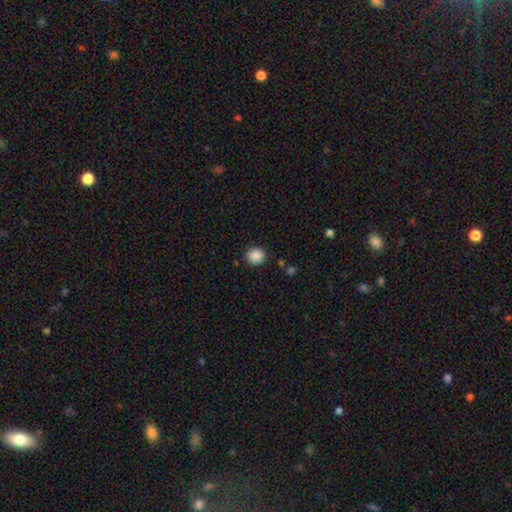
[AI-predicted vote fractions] This is clearly a smooth galaxy (88%). How rounded: clearly round (81%). Merging: clearly none (89%).